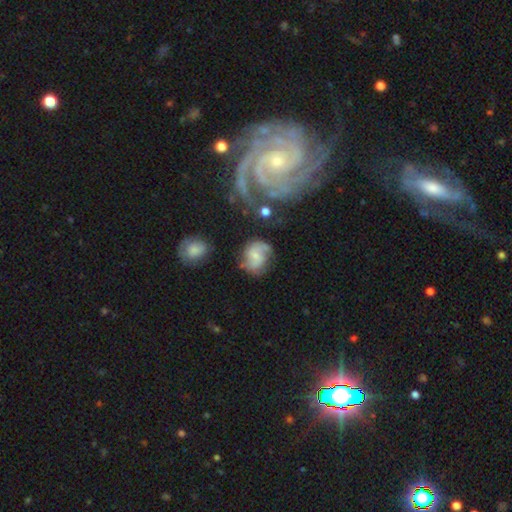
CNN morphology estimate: Smooth or featured? featured or disk (64%)
Edge-on disk? no (97%)
Bar? no (53%)
Spiral arms? yes (89%)
Spiral winding? medium (46%)
Spiral arm count? 2 (74%)
Bulge size? small (58%)
Merging? none (60%)